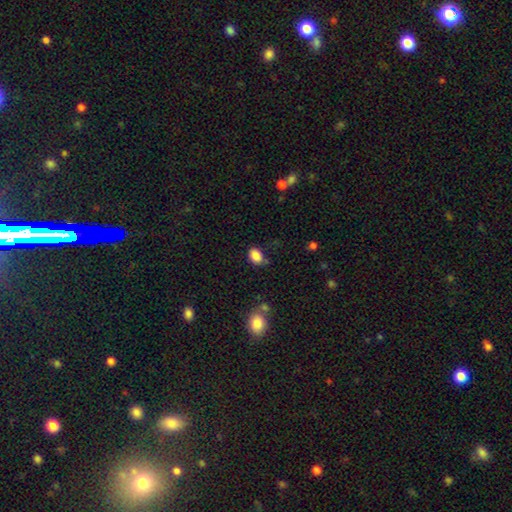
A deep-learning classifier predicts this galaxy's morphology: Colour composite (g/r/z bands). It shows a smooth galaxy with no disk features (86%) that is in between round and cigar-shaped (73%). Merging: none (71%).